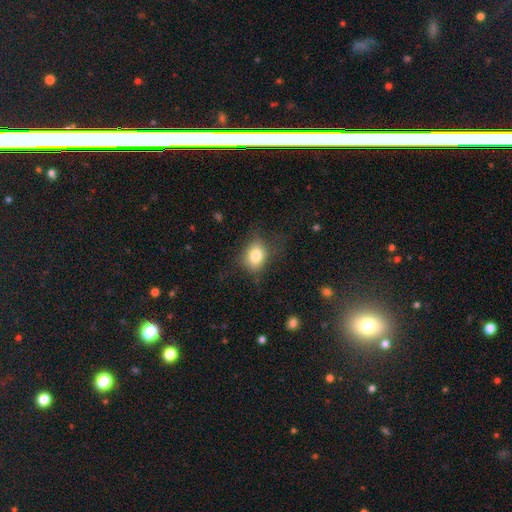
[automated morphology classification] A smooth galaxy with no disk features (78%) that is in between round and cigar-shaped (51%). Merging: none (68%).